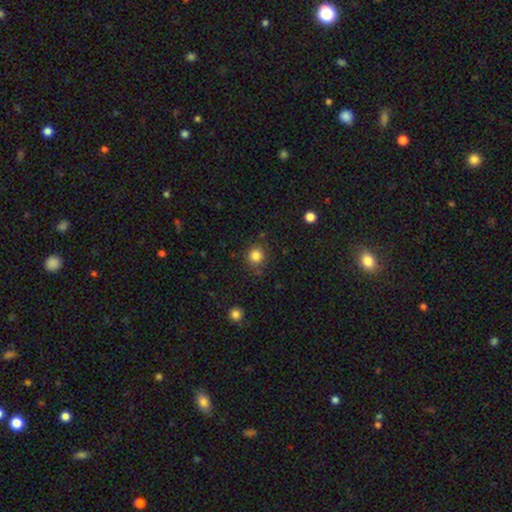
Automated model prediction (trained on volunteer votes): Q: Smooth or featured?
A: smooth (84%); runner-up: star or artifact (11%)
Q: How rounded?
A: round (91%); runner-up: in between (8%)
Q: Merging?
A: none (83%); runner-up: minor disturbance (11%)